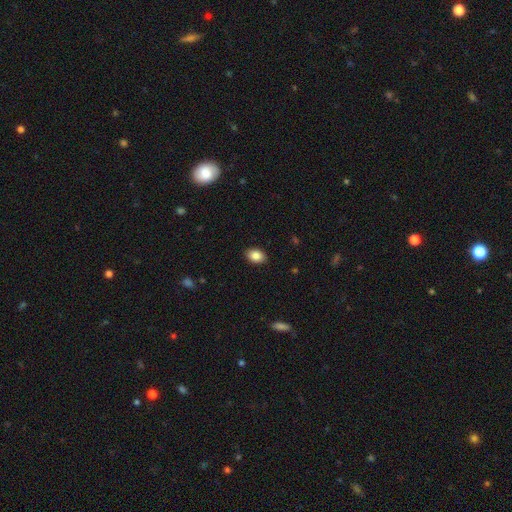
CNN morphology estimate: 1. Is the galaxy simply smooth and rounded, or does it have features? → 86% smooth, 8% star or artifact, 6% featured or disk.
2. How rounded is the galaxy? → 82% in between, 17% round, 1% cigar-shaped.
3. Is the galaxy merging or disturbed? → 89% none, 8% minor disturbance, 2% major disturbance, 1% merger.